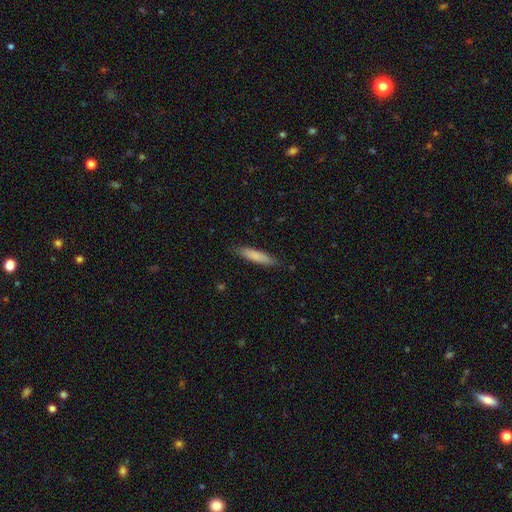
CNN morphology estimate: smooth-or-featured: smooth: 81% | featured or disk: 13% | star or artifact: 6%
  how-rounded: cigar-shaped: 83% | in between: 15% | round: 1%
  merging: none: 85% | minor disturbance: 12% | major disturbance: 2% | merger: 1%